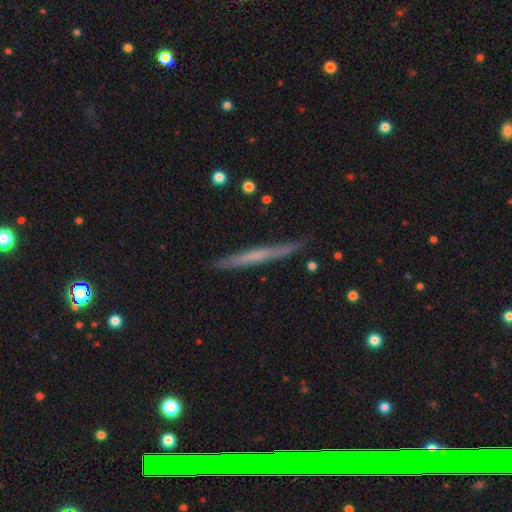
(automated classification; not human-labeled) A featured or disk galaxy (48%).

Vote fractions:
- Smooth or featured? featured or disk: 48% / smooth: 46% / star or artifact: 6%
- Merging? none: 86% / minor disturbance: 10% / major disturbance: 2% / merger: 1%